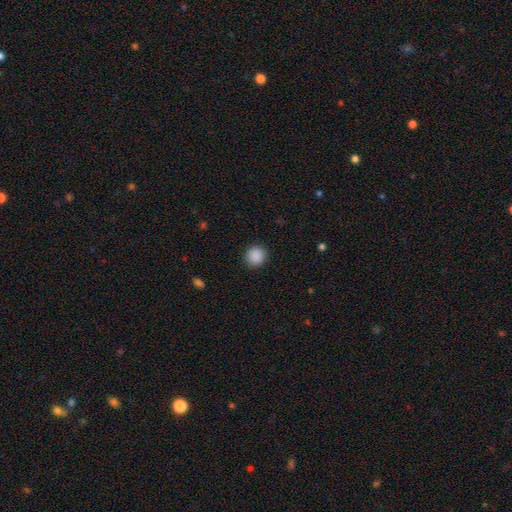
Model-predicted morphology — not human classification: This is clearly a smooth galaxy (89%). How rounded: clearly round (91%). Merging: clearly none (91%).